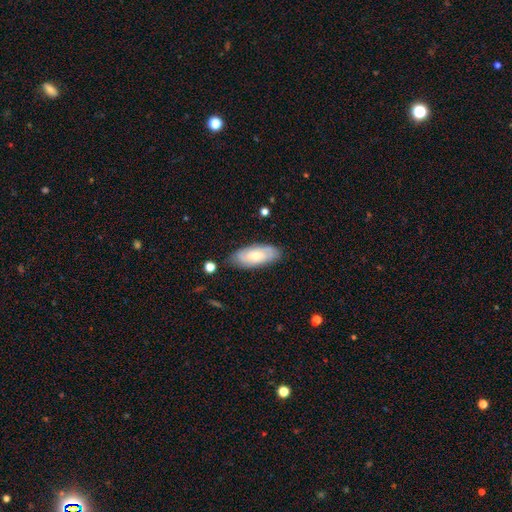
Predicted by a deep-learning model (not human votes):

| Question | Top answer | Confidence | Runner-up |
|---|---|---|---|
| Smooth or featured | smooth | 50% | featured or disk (44%) |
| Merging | none | 80% | minor disturbance (15%) |